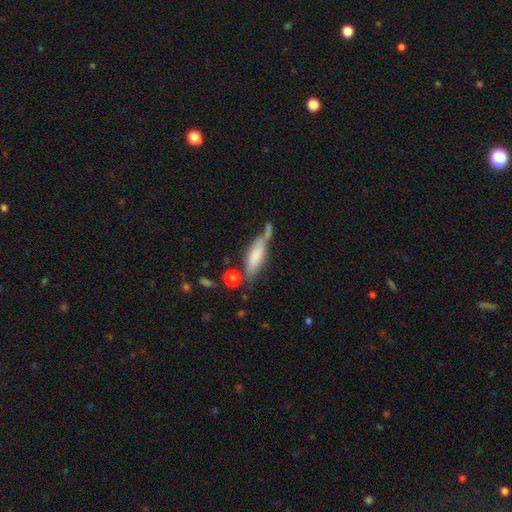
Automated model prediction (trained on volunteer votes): This is likely a smooth galaxy (69%). How rounded: likely cigar-shaped (62%). Merging: possibly none (54%).